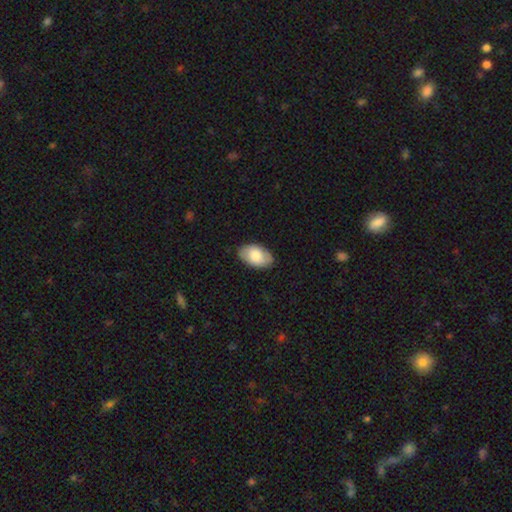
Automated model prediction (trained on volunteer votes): This appears to be a smooth galaxy with no disk features (78%) that is in between round and cigar-shaped (94%). Merging: none (84%).